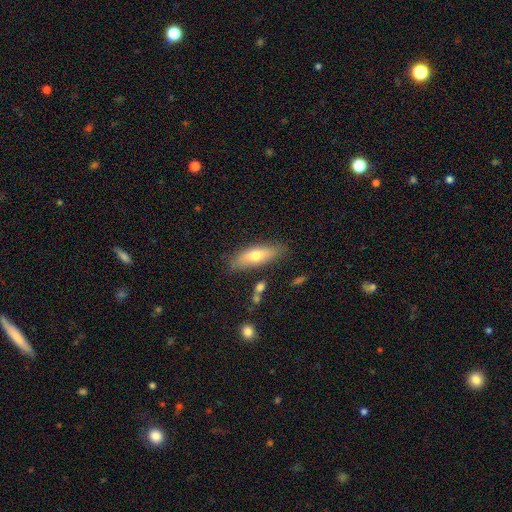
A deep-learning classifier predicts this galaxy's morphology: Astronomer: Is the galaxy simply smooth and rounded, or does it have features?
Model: smooth — 66%.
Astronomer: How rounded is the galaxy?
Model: in between — 54% (runner-up: cigar-shaped, 44%).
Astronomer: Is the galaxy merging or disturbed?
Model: none — 80%.